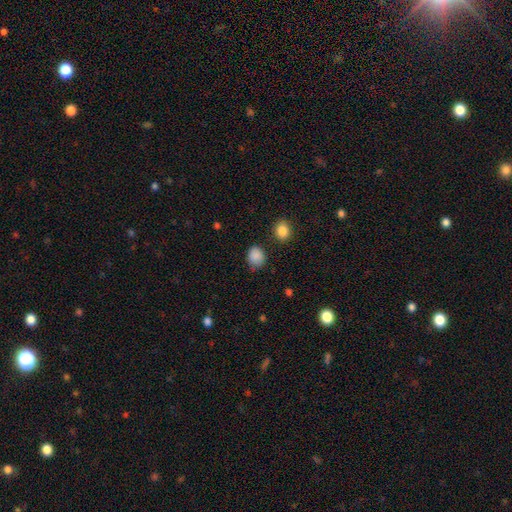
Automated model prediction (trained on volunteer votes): Smooth or featured? Predicted: smooth (p=0.86). How rounded? Predicted: round (p=0.66). Merging? Predicted: none (p=0.75).